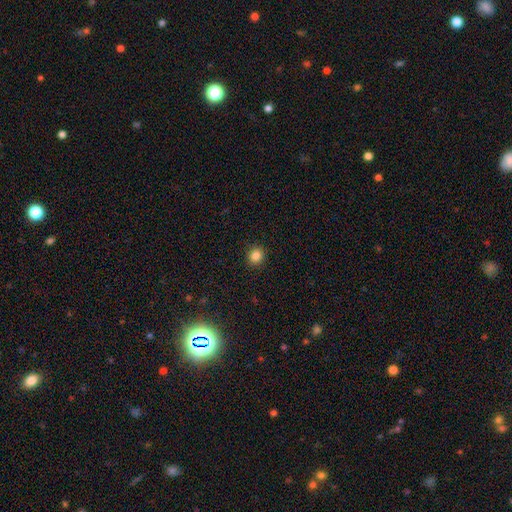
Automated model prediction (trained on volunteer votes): Q: Smooth or featured?
A: smooth (85%); runner-up: star or artifact (11%)
Q: How rounded?
A: round (88%); runner-up: in between (11%)
Q: Merging?
A: none (92%); runner-up: minor disturbance (5%)